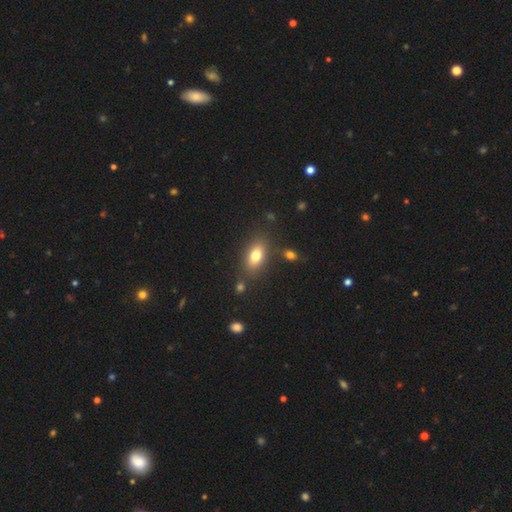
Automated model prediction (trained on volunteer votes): smooth_or_featured: smooth (p=0.78) [alt: featured or disk p=0.13]
how_rounded: in between (p=0.84) [alt: round p=0.09]
merging: none (p=0.79) [alt: minor disturbance p=0.12]